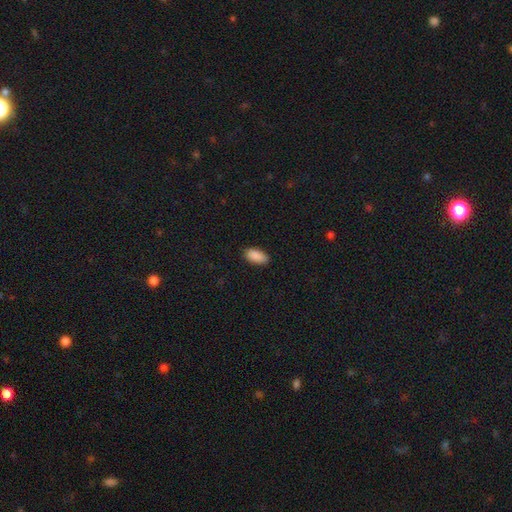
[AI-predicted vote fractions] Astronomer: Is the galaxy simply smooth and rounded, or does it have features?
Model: smooth — 90%.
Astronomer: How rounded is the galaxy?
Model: in between — 93%.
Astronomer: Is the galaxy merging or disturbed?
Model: none — 86%.